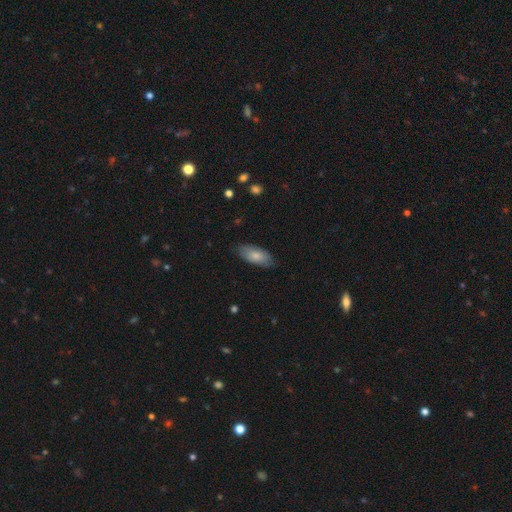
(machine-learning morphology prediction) Q: Smooth or featured?
A: smooth (77%); runner-up: featured or disk (17%)
Q: How rounded?
A: in between (88%); runner-up: cigar-shaped (10%)
Q: Merging?
A: none (80%); runner-up: minor disturbance (16%)